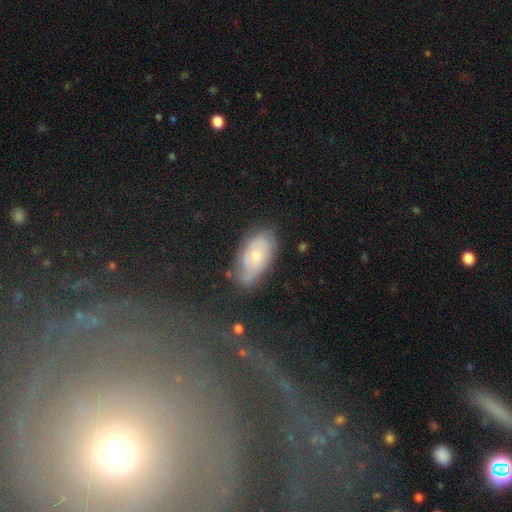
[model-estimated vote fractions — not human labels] A featured or disk galaxy (47%). Merging: none (68%).